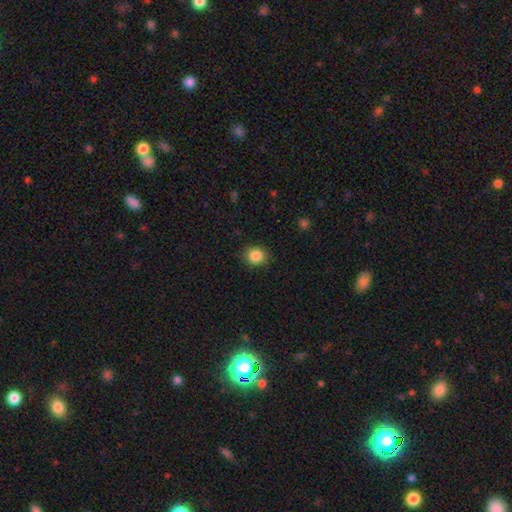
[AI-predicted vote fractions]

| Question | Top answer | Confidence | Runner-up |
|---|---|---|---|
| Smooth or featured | smooth | 86% | star or artifact (10%) |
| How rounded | round | 76% | in between (23%) |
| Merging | none | 88% | minor disturbance (9%) |